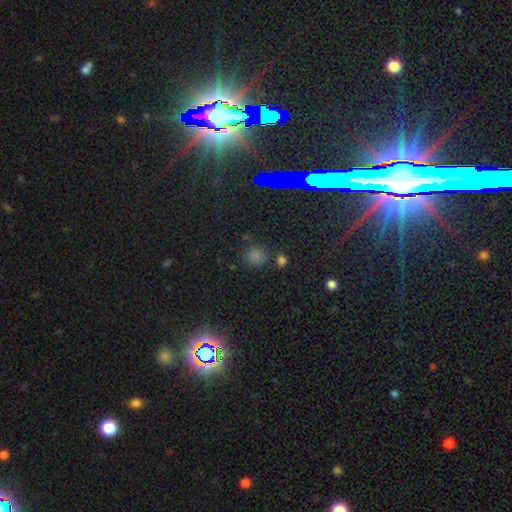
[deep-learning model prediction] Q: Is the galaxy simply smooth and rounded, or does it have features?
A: smooth — 50%.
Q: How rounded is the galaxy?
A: round — 87%.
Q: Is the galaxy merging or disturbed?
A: none — 82%.